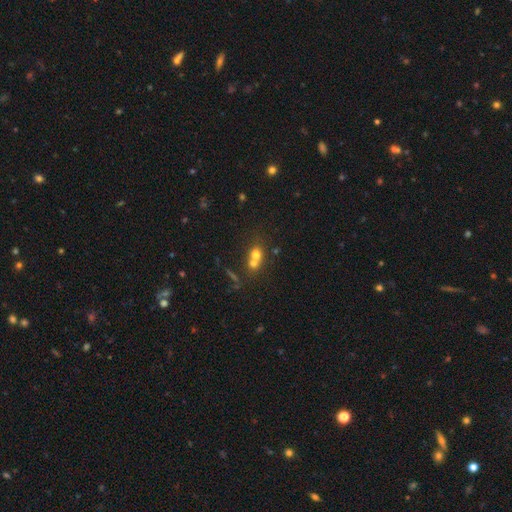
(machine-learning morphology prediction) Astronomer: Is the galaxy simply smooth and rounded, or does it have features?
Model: smooth — 67%.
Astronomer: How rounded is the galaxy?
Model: round — 74%.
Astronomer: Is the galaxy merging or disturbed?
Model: merger — 59%.